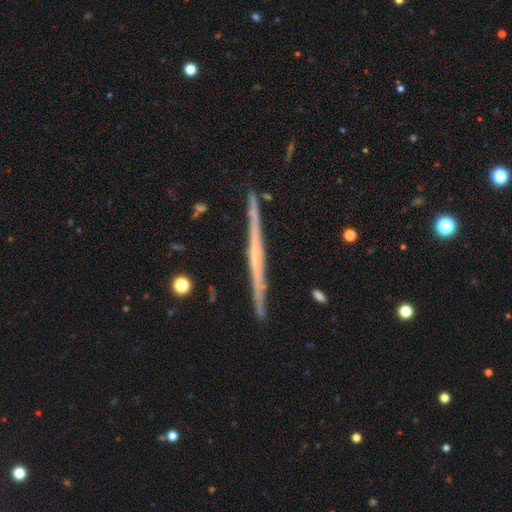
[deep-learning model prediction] This appears to be a featured or disk galaxy (70%) viewed edge-on (98%) with no central bulge (81%). Merging: none (90%).